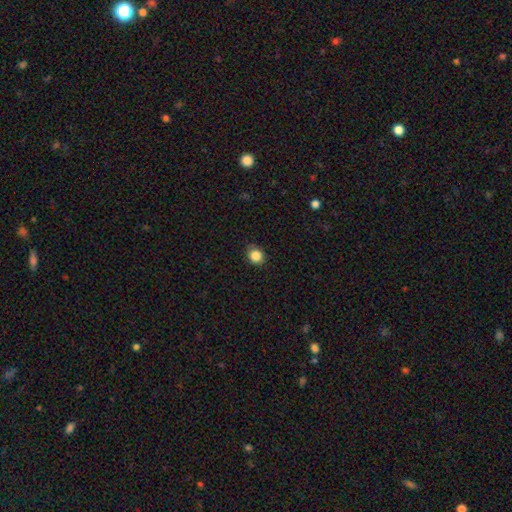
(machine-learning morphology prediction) Overall: smooth (85%). How rounded: round (80%). Merging: none (85%).